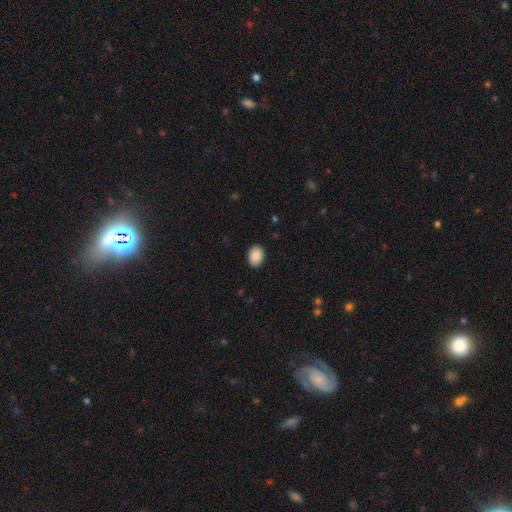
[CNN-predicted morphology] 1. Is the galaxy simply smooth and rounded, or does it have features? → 90% smooth, 7% star or artifact, 3% featured or disk.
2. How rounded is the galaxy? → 74% in between, 25% round, 1% cigar-shaped.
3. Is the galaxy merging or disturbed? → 89% none, 8% minor disturbance, 2% major disturbance, 1% merger.